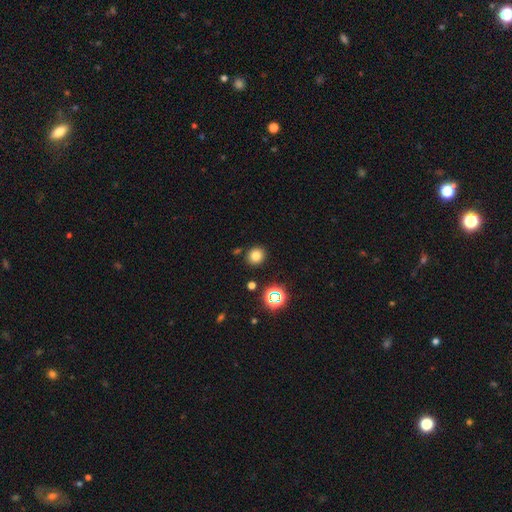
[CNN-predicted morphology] Smooth or featured: smooth — 76% (star or artifact — 17%)
How rounded: round — 84% (in between — 15%)
Merging: none — 87% (minor disturbance — 7%)